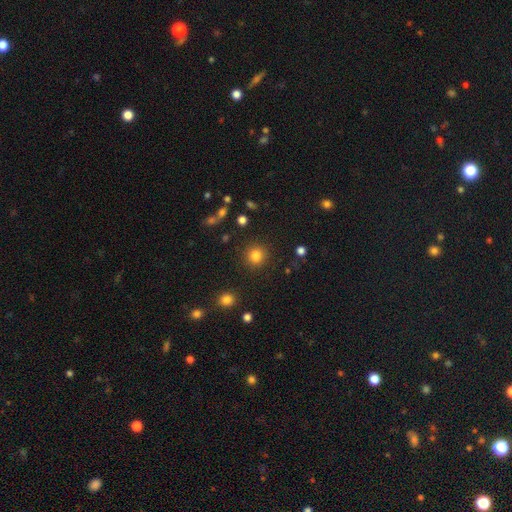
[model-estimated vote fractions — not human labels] This appears to be a smooth galaxy with no disk features (84%) that is round (92%). Merging: none (90%).